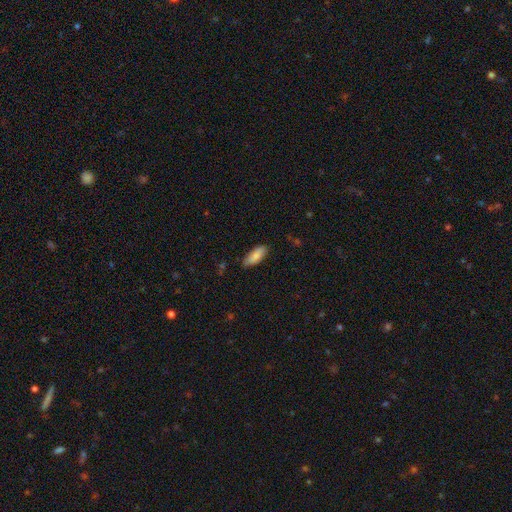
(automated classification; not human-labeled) Smooth or featured? Predicted: smooth (p=0.84). How rounded? Predicted: in between (p=0.78). Merging? Predicted: none (p=0.80).